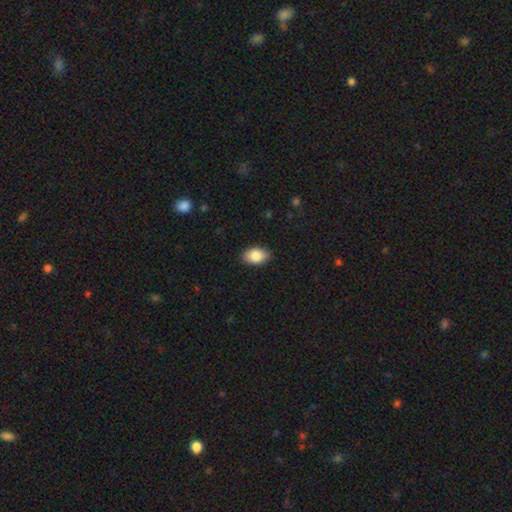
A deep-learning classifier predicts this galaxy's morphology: This appears to be a smooth galaxy with no disk features (86%) that is in between round and cigar-shaped (90%). Merging: none (89%).